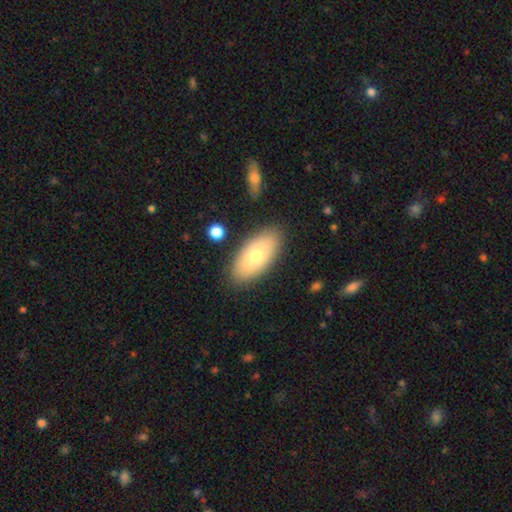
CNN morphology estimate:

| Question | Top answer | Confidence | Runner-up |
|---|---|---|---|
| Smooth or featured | smooth | 70% | featured or disk (24%) |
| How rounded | in between | 92% | cigar-shaped (5%) |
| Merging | none | 85% | minor disturbance (10%) |